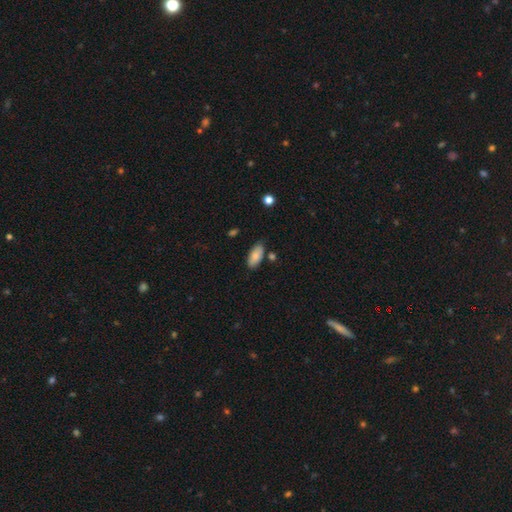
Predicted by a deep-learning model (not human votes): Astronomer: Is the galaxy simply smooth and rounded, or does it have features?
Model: smooth — 83%.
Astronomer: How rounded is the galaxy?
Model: in between — 91%.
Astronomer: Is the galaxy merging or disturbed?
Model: none — 77%.